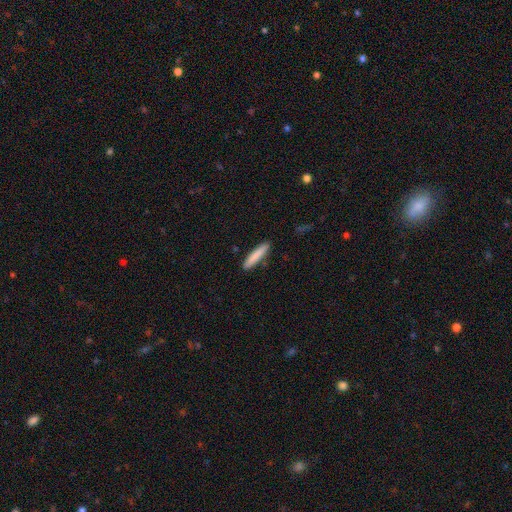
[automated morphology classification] A smooth galaxy with no disk features (83%) that is cigar-shaped (90%).

Vote fractions:
- Smooth or featured? smooth: 83% / featured or disk: 11% / star or artifact: 6%
- How rounded? cigar-shaped: 90% / in between: 9% / round: 1%
- Merging? none: 89% / minor disturbance: 8% / merger: 2% / major disturbance: 2%